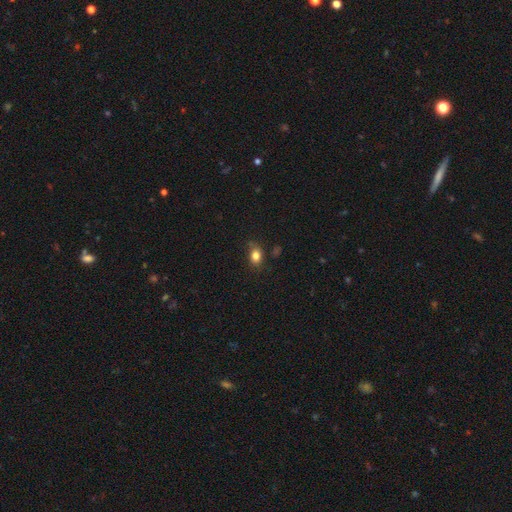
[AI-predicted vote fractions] Smooth or featured? smooth (82%)
How rounded? in between (66%)
Merging? none (72%)